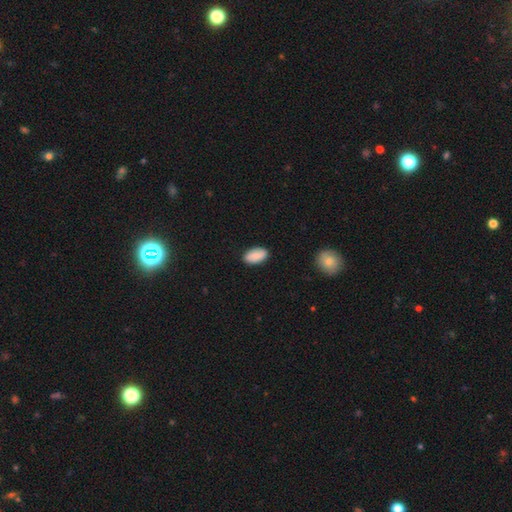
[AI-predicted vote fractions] Smooth or featured?
  - smooth: 83% *
  - featured or disk: 10%
  - star or artifact: 7%
How rounded?
  - in between: 94% *
  - round: 3%
  - cigar-shaped: 2%
Merging?
  - none: 87% *
  - minor disturbance: 10%
  - major disturbance: 2%
  - merger: 1%